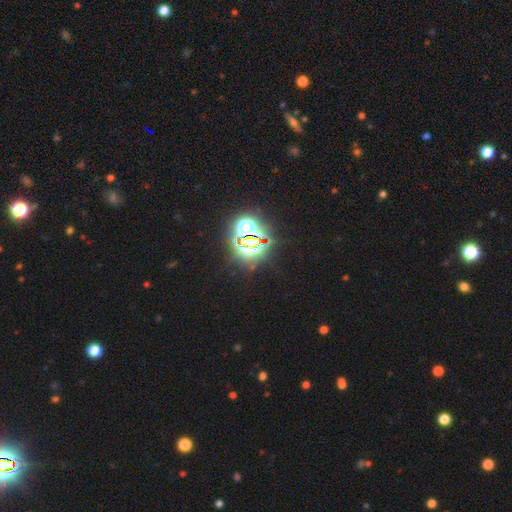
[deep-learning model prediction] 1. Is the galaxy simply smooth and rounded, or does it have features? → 82% star or artifact, 12% smooth, 6% featured or disk.